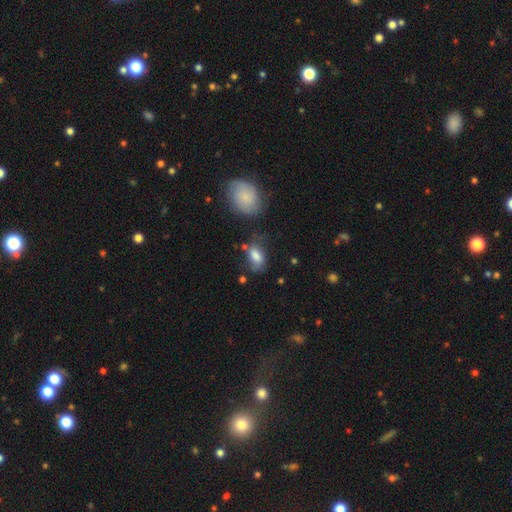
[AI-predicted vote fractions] A smooth galaxy with no disk features (76%) that is in between round and cigar-shaped (87%). Merging: none (51%).